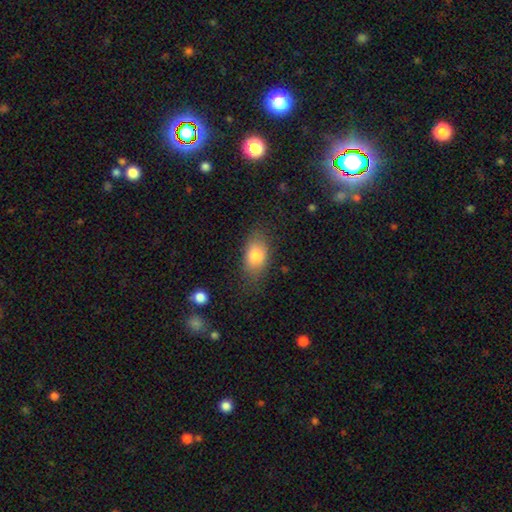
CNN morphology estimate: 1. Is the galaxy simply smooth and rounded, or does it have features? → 80% smooth, 12% featured or disk, 8% star or artifact.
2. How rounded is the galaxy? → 85% in between, 12% round, 3% cigar-shaped.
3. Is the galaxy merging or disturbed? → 75% none, 17% minor disturbance, 6% major disturbance, 2% merger.